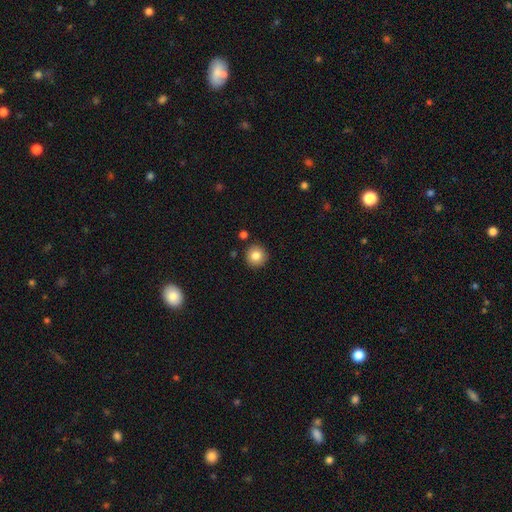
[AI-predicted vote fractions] Q: Smooth or featured?
A: smooth (83%); runner-up: star or artifact (9%)
Q: How rounded?
A: round (95%); runner-up: in between (4%)
Q: Merging?
A: none (89%); runner-up: minor disturbance (6%)